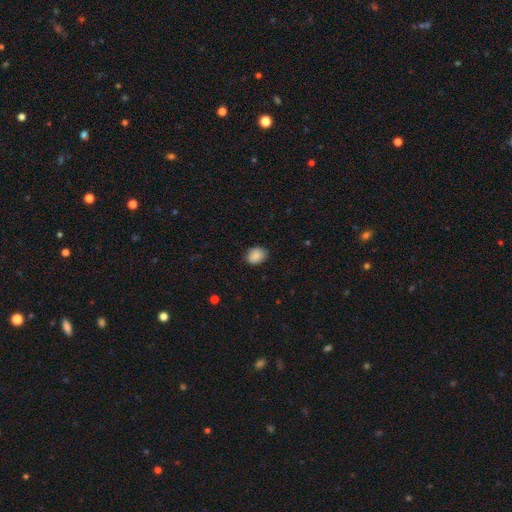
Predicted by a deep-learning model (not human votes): Overall: smooth (88%). How rounded: in between (55%; round 44%). Merging: none (81%).